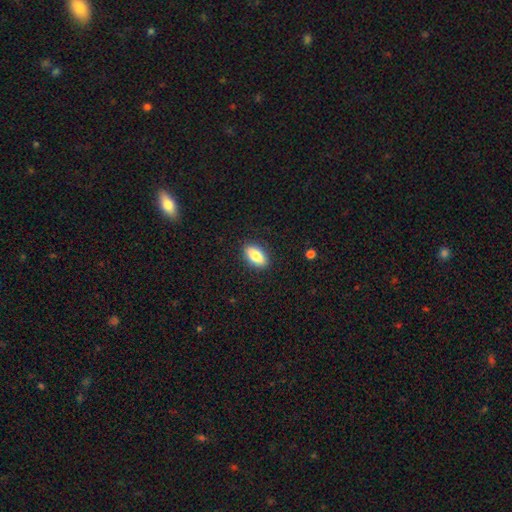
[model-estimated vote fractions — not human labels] Smooth or featured: smooth — 80% (featured or disk — 13%)
How rounded: in between — 87% (cigar-shaped — 9%)
Merging: none — 89% (minor disturbance — 8%)